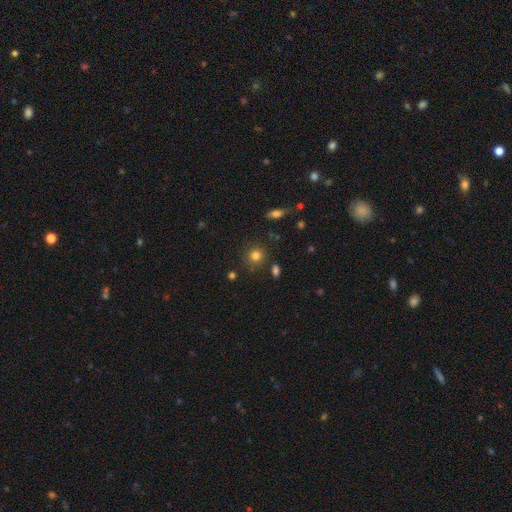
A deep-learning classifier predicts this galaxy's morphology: Overall: smooth (80%). How rounded: round (88%). Merging: none (83%).